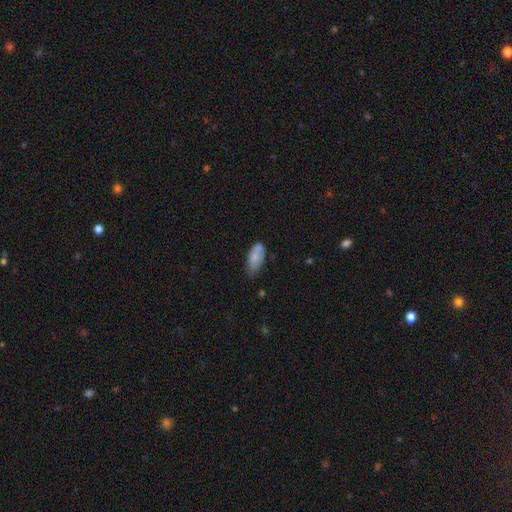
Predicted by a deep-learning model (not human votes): Q: Smooth or featured?
A: smooth (78%); runner-up: featured or disk (16%)
Q: How rounded?
A: in between (91%); runner-up: cigar-shaped (7%)
Q: Merging?
A: none (53%); runner-up: minor disturbance (36%)